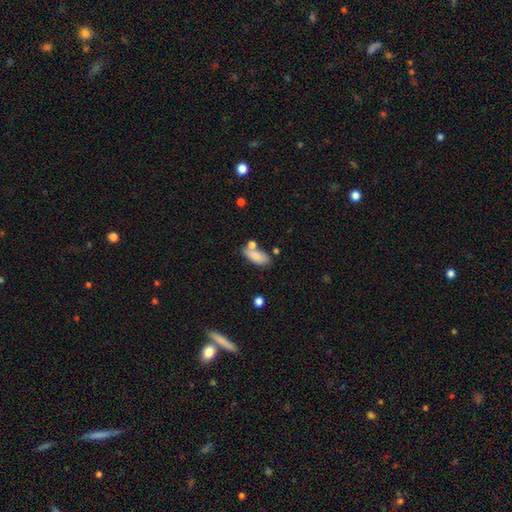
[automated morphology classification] smooth-or-featured: smooth: 82% | featured or disk: 10% | star or artifact: 8%
  how-rounded: in between: 83% | cigar-shaped: 13% | round: 3%
  merging: none: 56% | merger: 20% | minor disturbance: 18% | major disturbance: 6%